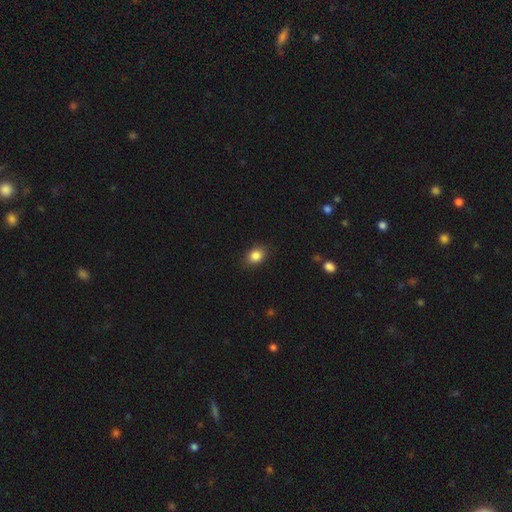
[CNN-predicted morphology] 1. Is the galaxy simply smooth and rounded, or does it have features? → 85% smooth, 9% star or artifact, 5% featured or disk.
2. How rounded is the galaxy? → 61% in between, 37% round, 1% cigar-shaped.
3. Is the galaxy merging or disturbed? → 85% none, 11% minor disturbance, 3% major disturbance, 1% merger.